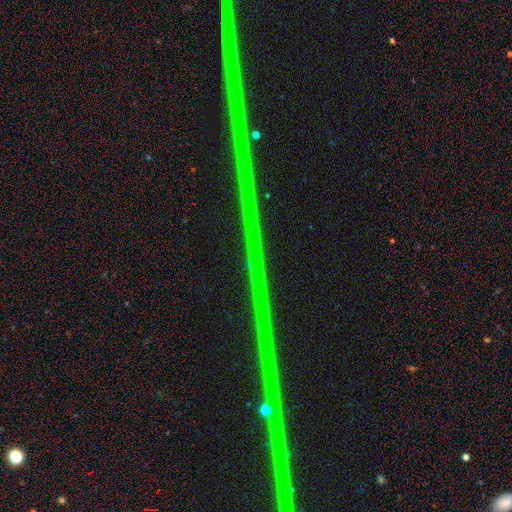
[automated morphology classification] The model was most divided on "smooth or featured": star or artifact: 89%, featured or disk: 8%, smooth: 4%.